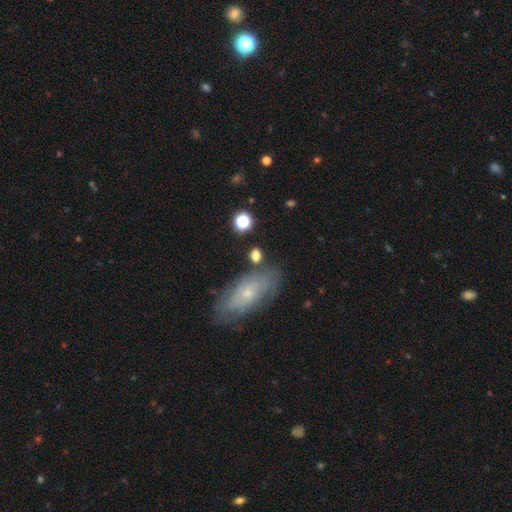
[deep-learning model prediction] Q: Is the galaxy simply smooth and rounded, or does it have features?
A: smooth — 70%.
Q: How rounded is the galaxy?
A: in between — 55%.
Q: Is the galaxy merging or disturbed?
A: none — 72%.